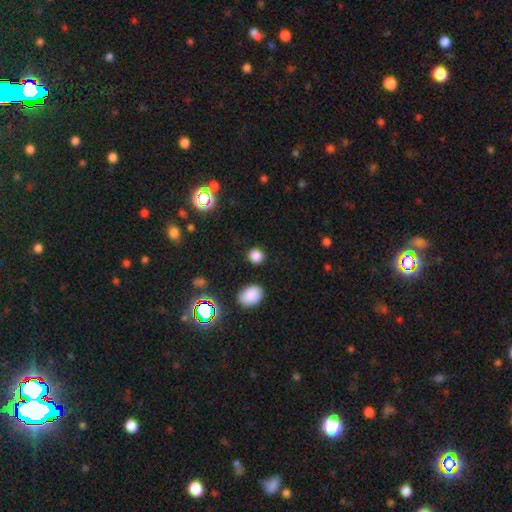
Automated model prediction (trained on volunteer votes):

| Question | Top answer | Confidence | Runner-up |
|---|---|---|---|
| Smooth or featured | smooth | 80% | star or artifact (15%) |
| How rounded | round | 83% | in between (15%) |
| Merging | none | 87% | minor disturbance (8%) |